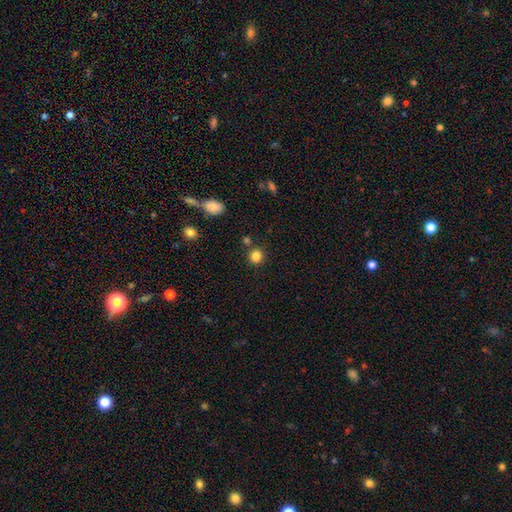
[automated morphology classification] A smooth galaxy with no disk features (84%) that is round (86%).

Vote fractions:
- Smooth or featured? smooth: 84% / star or artifact: 12% / featured or disk: 4%
- How rounded? round: 86% / in between: 13% / cigar-shaped: 1%
- Merging? none: 82% / minor disturbance: 8% / merger: 7% / major disturbance: 3%